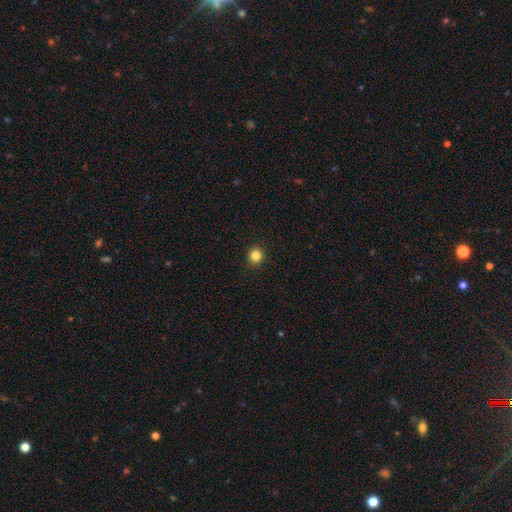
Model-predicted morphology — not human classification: Smooth or featured? Predicted: smooth (p=0.83). How rounded? Predicted: round (p=0.93). Merging? Predicted: none (p=0.93).